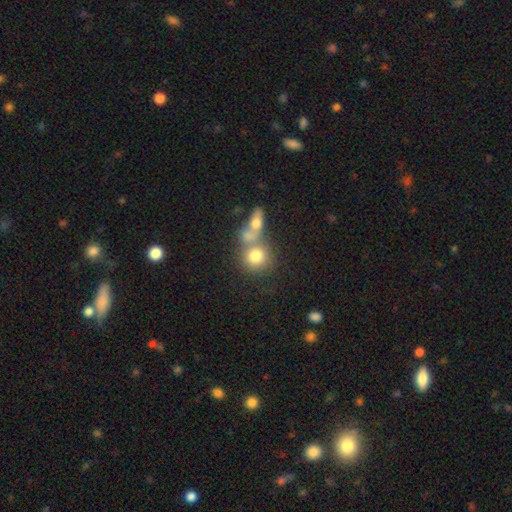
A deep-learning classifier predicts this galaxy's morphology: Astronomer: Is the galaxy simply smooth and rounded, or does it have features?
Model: smooth — 77%.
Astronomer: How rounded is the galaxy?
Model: round — 78%.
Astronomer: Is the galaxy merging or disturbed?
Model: merger — 49% (runner-up: none, 37%).